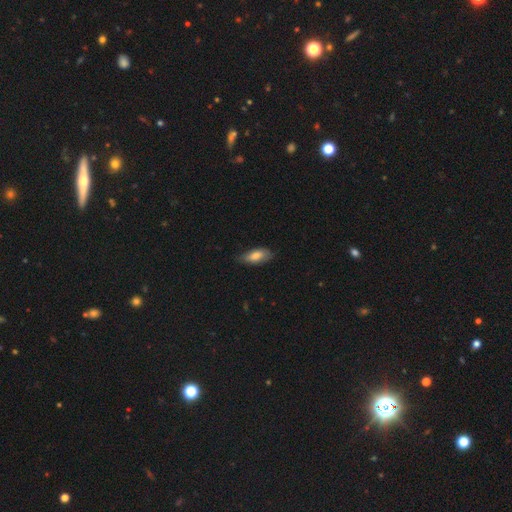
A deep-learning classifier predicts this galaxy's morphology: Smooth or featured? smooth (77%)
How rounded? in between (80%)
Merging? none (68%)